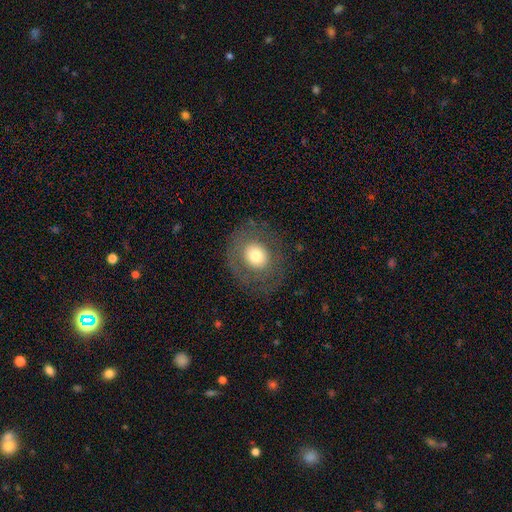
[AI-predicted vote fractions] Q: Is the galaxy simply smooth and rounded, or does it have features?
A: smooth — 63%.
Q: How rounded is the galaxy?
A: round — 79%.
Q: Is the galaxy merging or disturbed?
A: none — 77%.